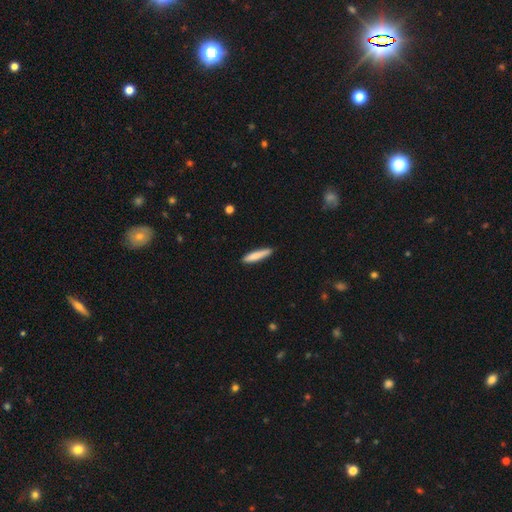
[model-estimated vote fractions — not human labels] The model was most divided on "smooth or featured": smooth: 80%, featured or disk: 14%, star or artifact: 5%. More confident: how rounded — cigar-shaped (90%); merging — none (86%).